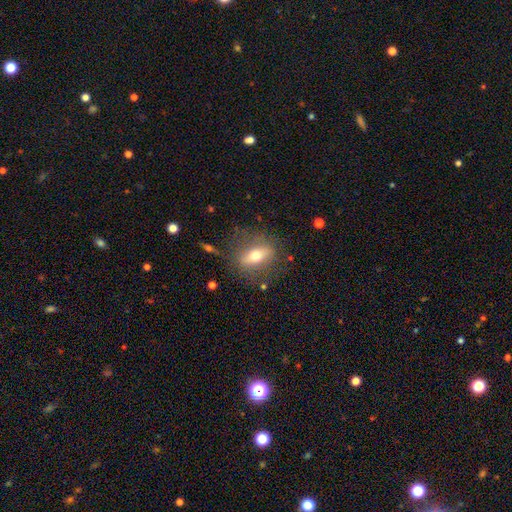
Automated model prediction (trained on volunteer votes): Smooth or featured? smooth (49%)
Merging? none (77%)